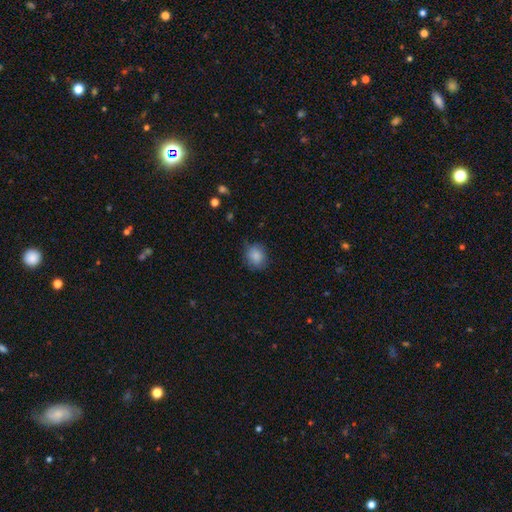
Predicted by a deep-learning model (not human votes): This appears to be a smooth galaxy with no disk features (86%) that is round (65%). Merging: none (76%).